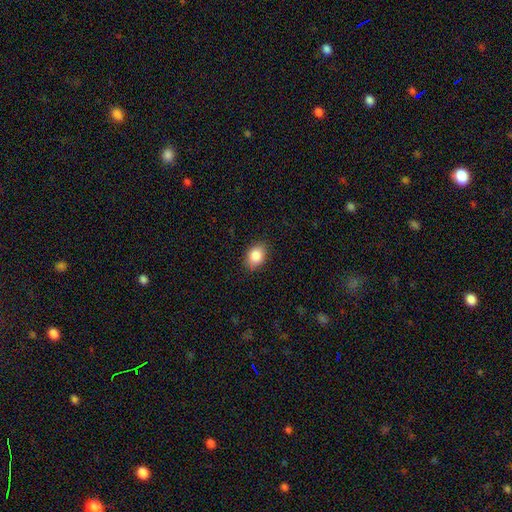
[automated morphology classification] This is clearly a smooth galaxy (87%). How rounded: likely in between (74%). Merging: clearly none (86%).